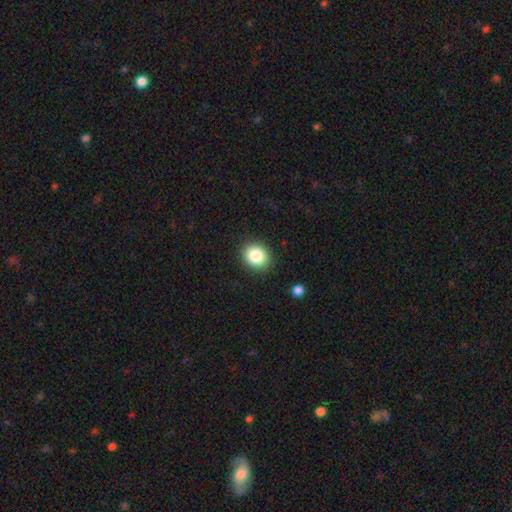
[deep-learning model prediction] Smooth or featured? Predicted: smooth (p=0.85). How rounded? Predicted: round (p=0.64). Merging? Predicted: none (p=0.89).